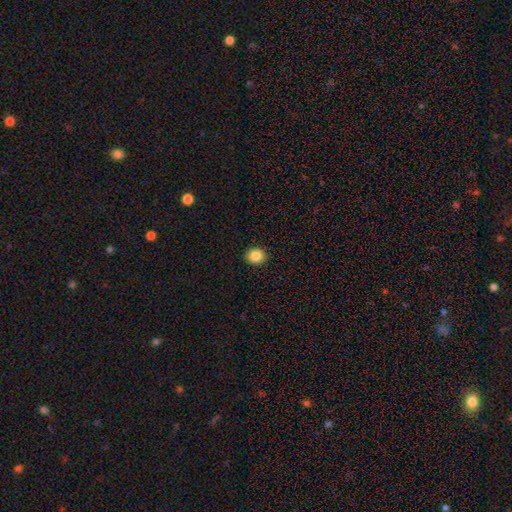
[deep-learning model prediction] Q: Smooth or featured?
A: smooth (86%); runner-up: star or artifact (9%)
Q: How rounded?
A: round (64%); runner-up: in between (36%)
Q: Merging?
A: none (92%); runner-up: minor disturbance (6%)